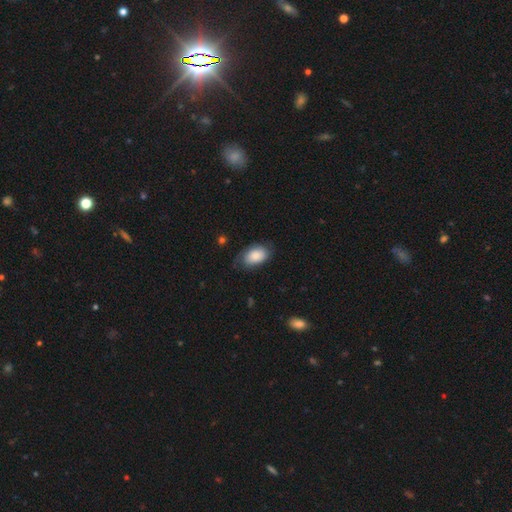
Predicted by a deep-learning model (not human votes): Smooth or featured? smooth (78%)
How rounded? in between (91%)
Merging? none (62%)